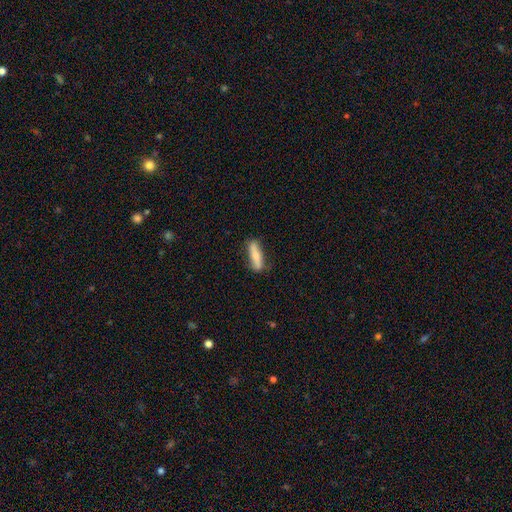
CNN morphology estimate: A smooth galaxy with no disk features (71%) that is cigar-shaped (70%). Merging: none (77%).